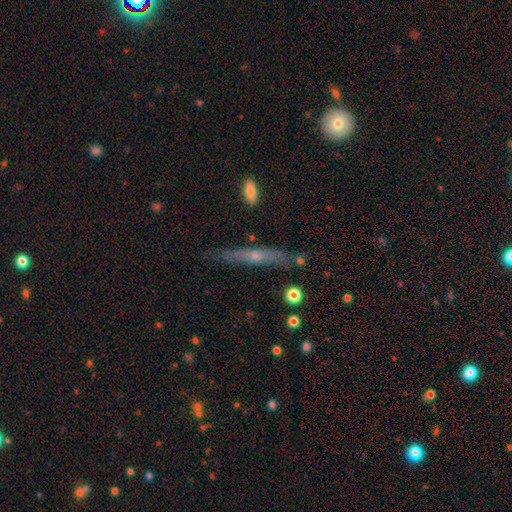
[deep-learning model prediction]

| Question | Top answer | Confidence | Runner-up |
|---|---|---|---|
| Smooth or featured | featured or disk | 56% | smooth (36%) |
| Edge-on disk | yes | 88% | no (12%) |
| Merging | none | 75% | minor disturbance (18%) |